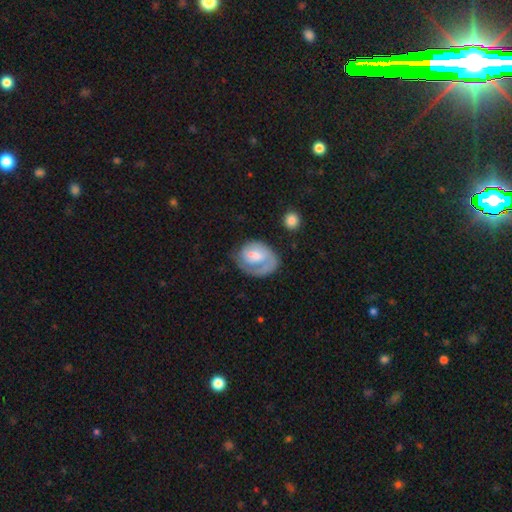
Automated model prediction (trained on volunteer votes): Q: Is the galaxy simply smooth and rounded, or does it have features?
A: featured or disk — 57%.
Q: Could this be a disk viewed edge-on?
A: no — 97%.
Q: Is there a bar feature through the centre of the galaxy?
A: no — 50%.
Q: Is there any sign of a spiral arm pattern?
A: yes — 75%.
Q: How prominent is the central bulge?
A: moderate — 38%.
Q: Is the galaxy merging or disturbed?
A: none — 48%.